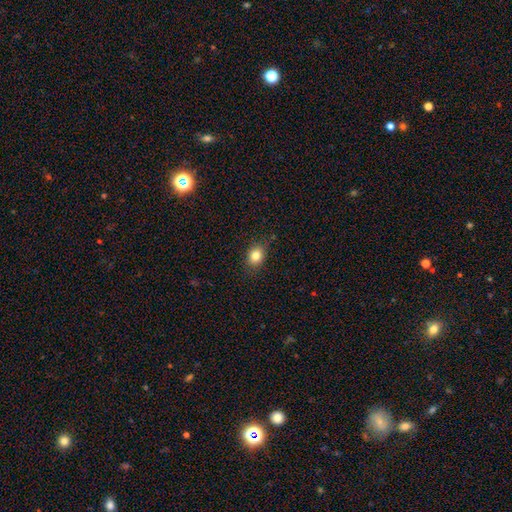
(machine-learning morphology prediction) Smooth or featured: smooth — 82% (star or artifact — 11%)
How rounded: in between — 52% (round — 47%)
Merging: none — 85% (minor disturbance — 11%)